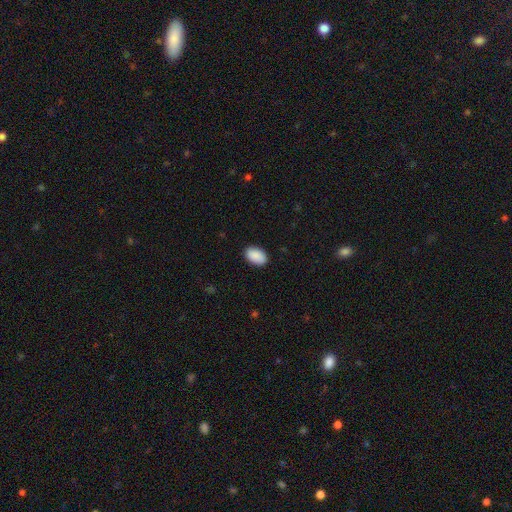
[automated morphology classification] type=smooth (91%); roundness=in between (91%); merging=none (88%).